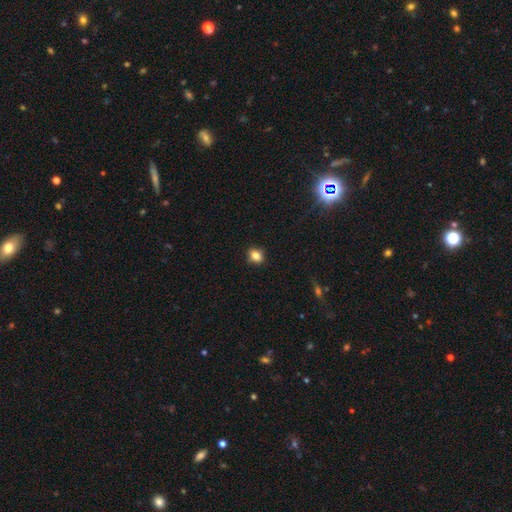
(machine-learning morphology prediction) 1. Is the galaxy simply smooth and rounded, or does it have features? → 80% smooth, 11% star or artifact, 9% featured or disk.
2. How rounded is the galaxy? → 51% round, 47% in between, 2% cigar-shaped.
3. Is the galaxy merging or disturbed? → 86% none, 11% minor disturbance, 2% major disturbance, 1% merger.